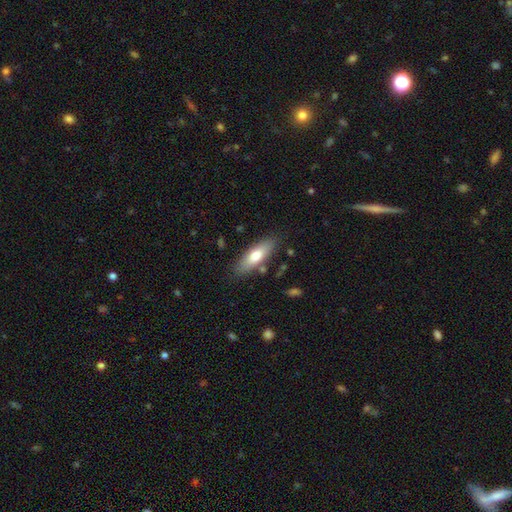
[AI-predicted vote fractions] Smooth or featured?
  - smooth: 71% *
  - featured or disk: 23%
  - star or artifact: 6%
How rounded?
  - in between: 56% *
  - cigar-shaped: 42%
  - round: 2%
Merging?
  - none: 82% *
  - minor disturbance: 12%
  - merger: 3%
  - major disturbance: 3%